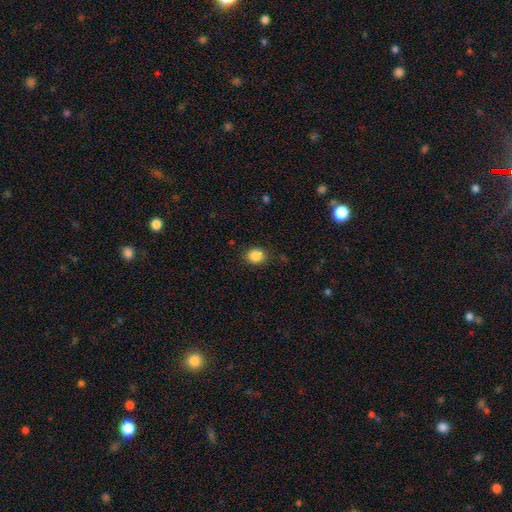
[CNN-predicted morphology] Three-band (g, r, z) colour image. It shows a smooth galaxy with no disk features (86%) that is round (67%). Merging: none (87%).